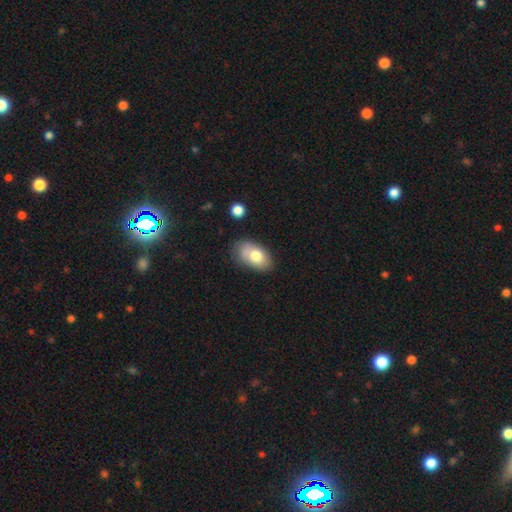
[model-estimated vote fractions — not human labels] smooth 74%, featured or disk 19%, star or artifact 7%. Down the decision tree: how rounded — in between (91%); merging — none (67%).